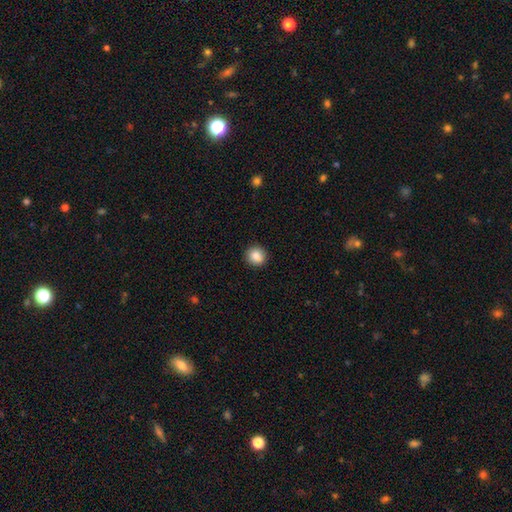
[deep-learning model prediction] This appears to be a smooth galaxy with no disk features (86%) that is round (90%). Merging: none (91%).